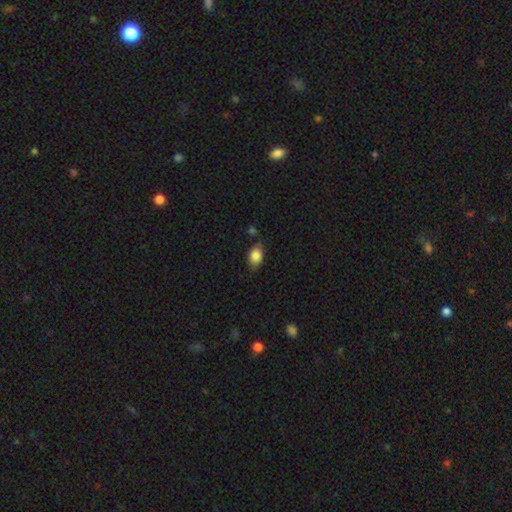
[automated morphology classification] A smooth galaxy with no disk features (84%) that is in between round and cigar-shaped (82%).

Vote fractions:
- Smooth or featured? smooth: 84% / star or artifact: 8% / featured or disk: 8%
- How rounded? in between: 82% / round: 16% / cigar-shaped: 2%
- Merging? none: 72% / minor disturbance: 21% / major disturbance: 4% / merger: 4%